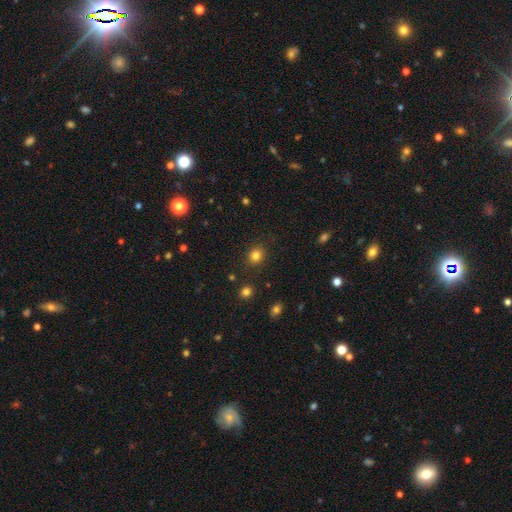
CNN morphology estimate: The model was most divided on "how rounded": round: 82%, in between: 17%, cigar-shaped: 1%. More confident: merging — none (89%); smooth or featured — smooth (82%).